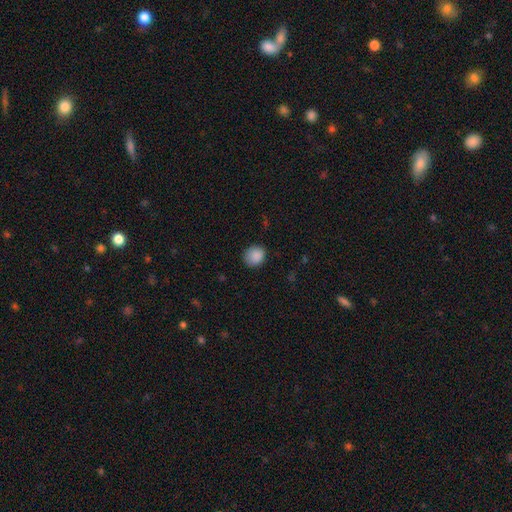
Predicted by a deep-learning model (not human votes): A smooth galaxy with no disk features (88%) that is round (72%).

Vote fractions:
- Smooth or featured? smooth: 88% / star or artifact: 9% / featured or disk: 3%
- How rounded? round: 72% / in between: 27% / cigar-shaped: 1%
- Merging? none: 80% / minor disturbance: 16% / major disturbance: 3% / merger: 1%